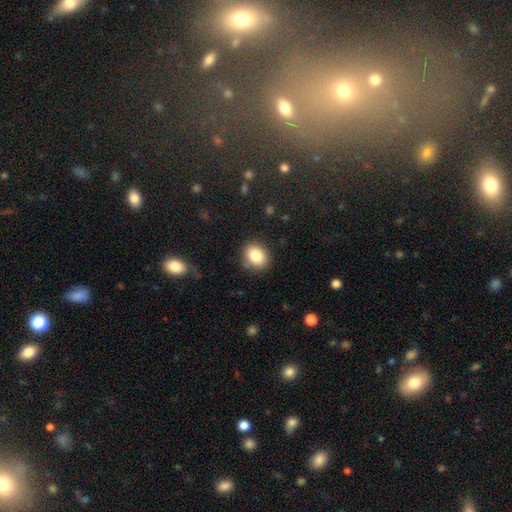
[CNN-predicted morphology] The model was most divided on "how rounded": round: 55%, in between: 45%, cigar-shaped: 1%. More confident: merging — none (85%); smooth or featured — smooth (84%).